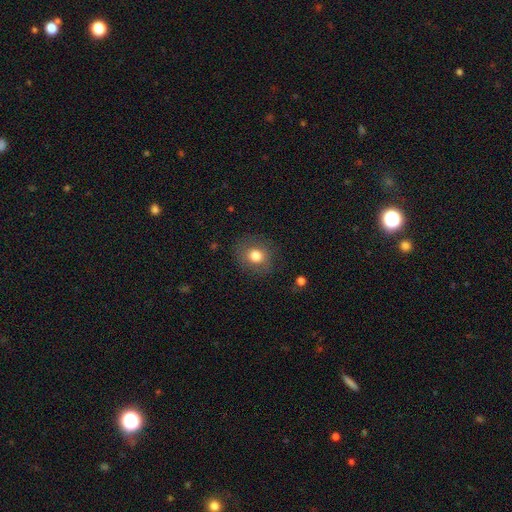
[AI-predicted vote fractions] Q: Smooth or featured?
A: smooth (78%); runner-up: featured or disk (12%)
Q: How rounded?
A: round (75%); runner-up: in between (24%)
Q: Merging?
A: none (83%); runner-up: minor disturbance (11%)